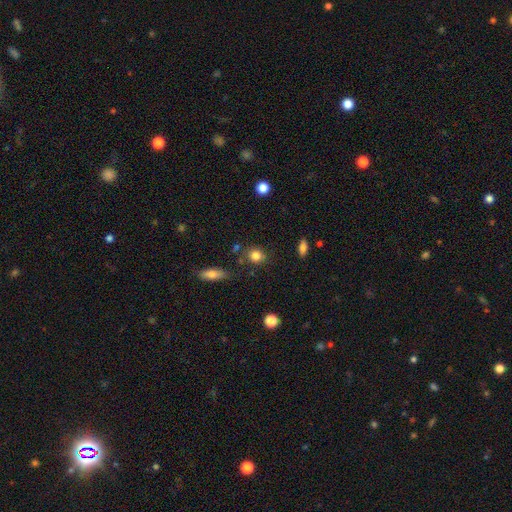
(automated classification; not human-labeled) Smooth or featured? Predicted: smooth (p=0.83). How rounded? Predicted: round (p=0.72). Merging? Predicted: none (p=0.78).